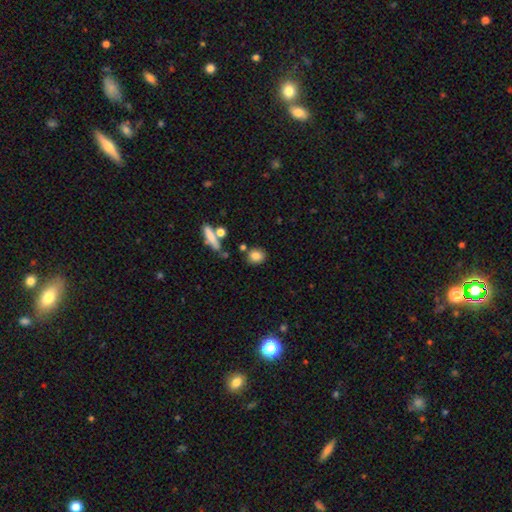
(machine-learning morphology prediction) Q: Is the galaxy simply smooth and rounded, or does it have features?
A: smooth — 83%.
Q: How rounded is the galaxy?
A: round — 63%.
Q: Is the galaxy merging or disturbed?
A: none — 77%.